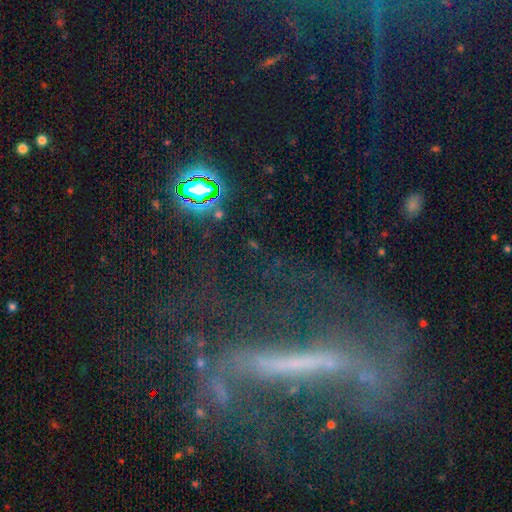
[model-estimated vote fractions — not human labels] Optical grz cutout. It shows a featured or disk galaxy (66%). Merging: none (50%).